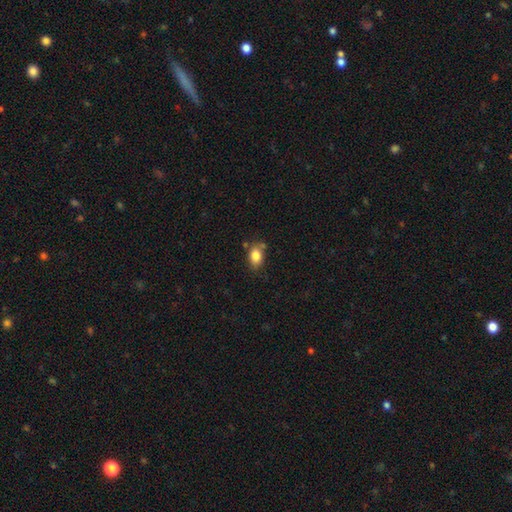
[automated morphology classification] Smooth or featured? smooth (83%)
How rounded? in between (77%)
Merging? none (67%)